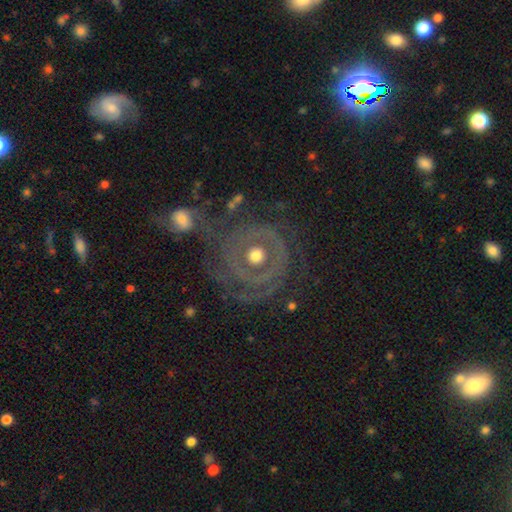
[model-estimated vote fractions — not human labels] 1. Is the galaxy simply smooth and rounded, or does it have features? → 75% featured or disk, 18% smooth, 7% star or artifact.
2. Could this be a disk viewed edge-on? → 97% no, 3% yes.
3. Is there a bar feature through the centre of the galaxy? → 88% no, 8% weak, 3% strong.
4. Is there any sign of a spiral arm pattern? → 59% yes, 41% no.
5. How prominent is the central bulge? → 68% moderate, 14% large, 14% small, 2% dominant, 2% none.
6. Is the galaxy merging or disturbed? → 67% none, 15% major disturbance, 15% minor disturbance, 3% merger.